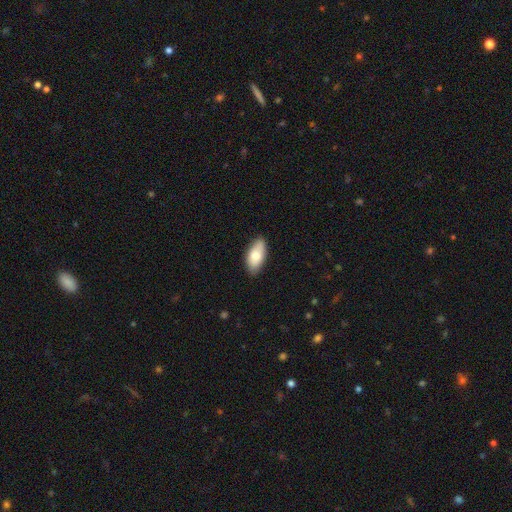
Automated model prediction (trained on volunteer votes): smooth_or_featured: smooth (p=0.78) [alt: featured or disk p=0.16]
how_rounded: in between (p=0.91) [alt: cigar-shaped p=0.07]
merging: none (p=0.84) [alt: minor disturbance p=0.13]